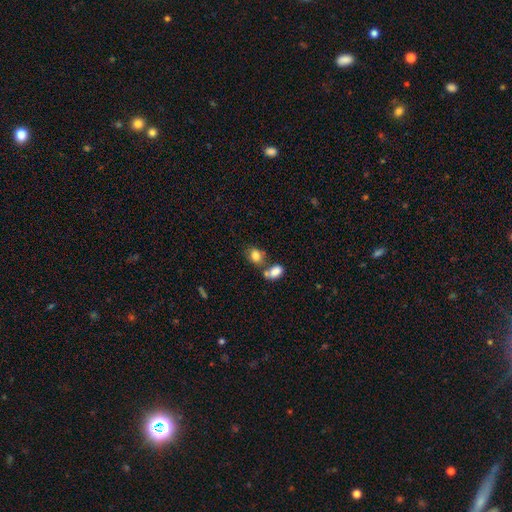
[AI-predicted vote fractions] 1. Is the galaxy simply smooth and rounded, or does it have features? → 82% smooth, 9% star or artifact, 9% featured or disk.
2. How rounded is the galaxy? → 64% in between, 34% round, 1% cigar-shaped.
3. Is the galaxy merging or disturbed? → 49% none, 32% merger, 14% minor disturbance, 5% major disturbance.